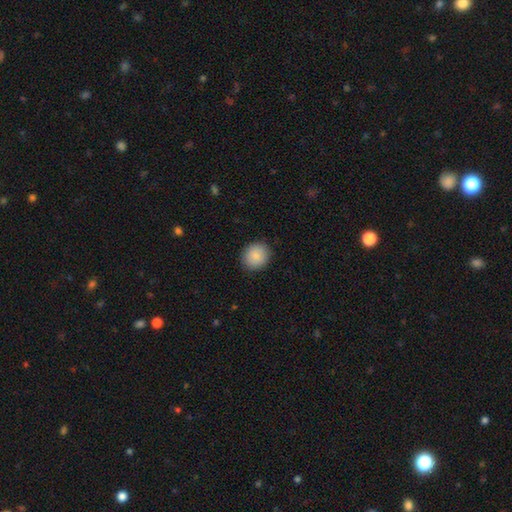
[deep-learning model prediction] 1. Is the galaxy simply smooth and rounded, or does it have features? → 87% smooth, 7% star or artifact, 6% featured or disk.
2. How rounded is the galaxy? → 78% round, 21% in between, 1% cigar-shaped.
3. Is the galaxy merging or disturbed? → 90% none, 7% minor disturbance, 2% major disturbance, 1% merger.